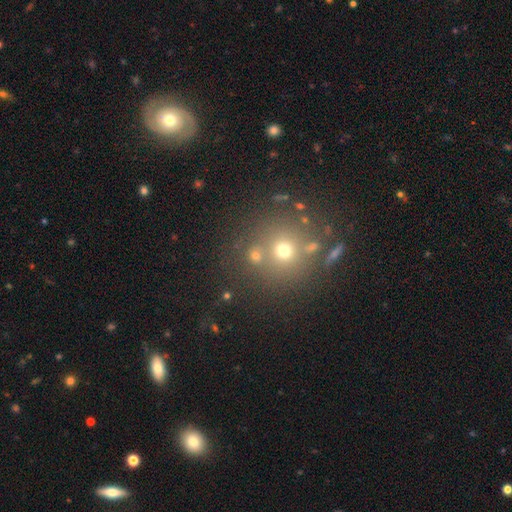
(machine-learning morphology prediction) A smooth galaxy with no disk features (60%) that is round (90%).

Vote fractions:
- Smooth or featured? smooth: 60% / star or artifact: 26% / featured or disk: 14%
- How rounded? round: 90% / in between: 9% / cigar-shaped: 1%
- Merging? none: 70% / merger: 16% / minor disturbance: 10% / major disturbance: 5%